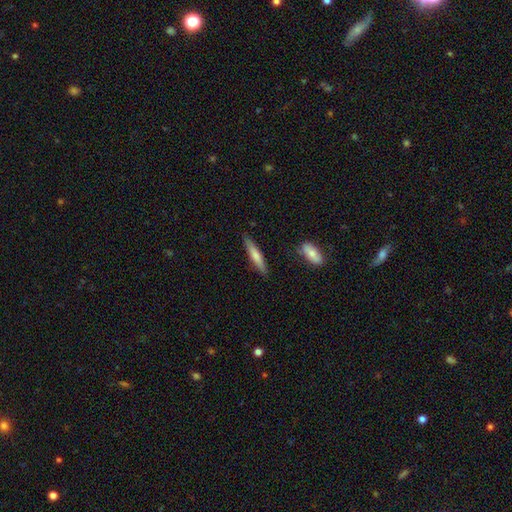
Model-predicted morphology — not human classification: smooth_or_featured: smooth (p=0.66) [alt: featured or disk p=0.29]
how_rounded: cigar-shaped (p=0.88) [alt: in between p=0.10]
merging: none (p=0.86) [alt: minor disturbance p=0.10]